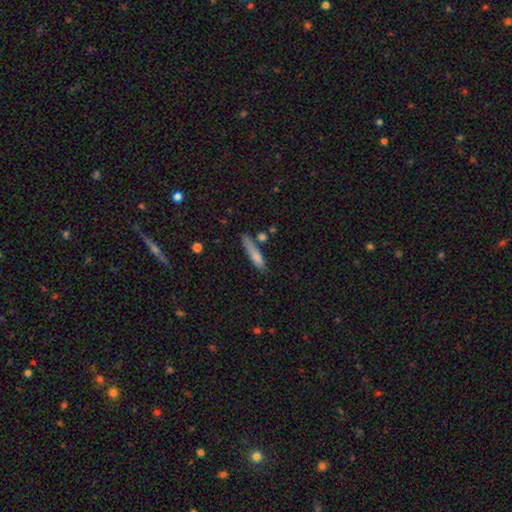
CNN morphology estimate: Smooth or featured: smooth — 75% (featured or disk — 18%)
How rounded: cigar-shaped — 85% (in between — 13%)
Merging: none — 65% (minor disturbance — 21%)